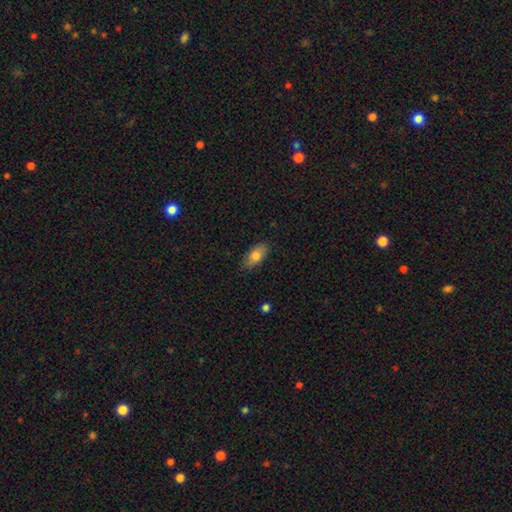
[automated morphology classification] Smooth or featured?
  - smooth: 78% *
  - featured or disk: 15%
  - star or artifact: 7%
How rounded?
  - in between: 88% *
  - cigar-shaped: 8%
  - round: 4%
Merging?
  - none: 83% *
  - minor disturbance: 13%
  - major disturbance: 2%
  - merger: 1%